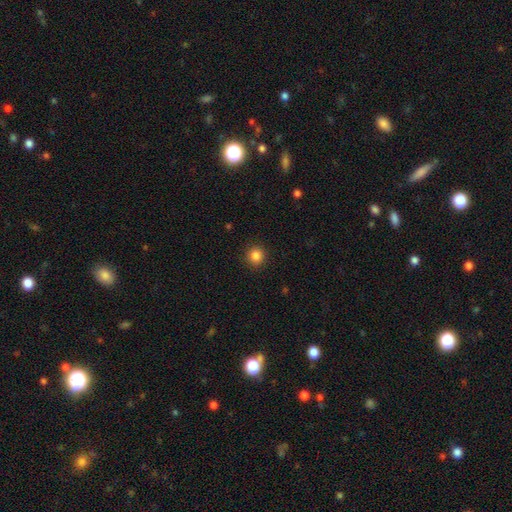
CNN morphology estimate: Smooth or featured? smooth (85%)
How rounded? round (93%)
Merging? none (91%)